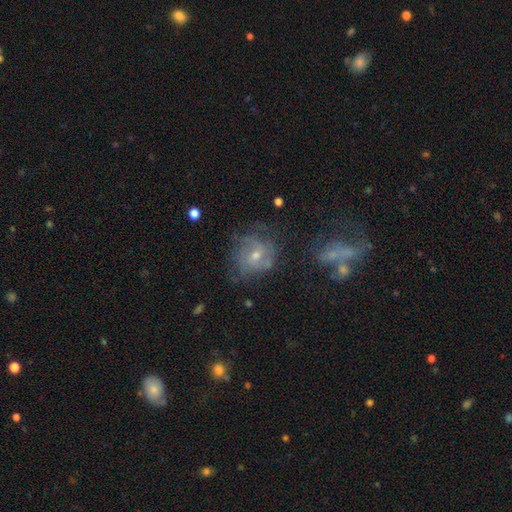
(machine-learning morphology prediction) Smooth or featured?
  - featured or disk: 61% *
  - smooth: 29%
  - star or artifact: 10%
Edge-on disk?
  - no: 97% *
  - yes: 3%
Bar?
  - no: 60% *
  - weak: 33%
  - strong: 7%
Spiral arms?
  - yes: 74% *
  - no: 26%
Bulge size?
  - moderate: 51% *
  - small: 44%
  - large: 2%
  - none: 2%
  - dominant: 1%
Merging?
  - none: 57% *
  - minor disturbance: 23%
  - major disturbance: 17%
  - merger: 3%